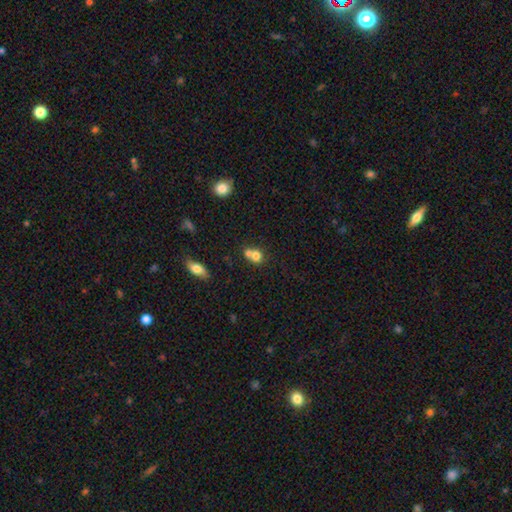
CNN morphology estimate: This appears to be a smooth galaxy with no disk features (75%) that is round (75%). Merging: merger (56%).